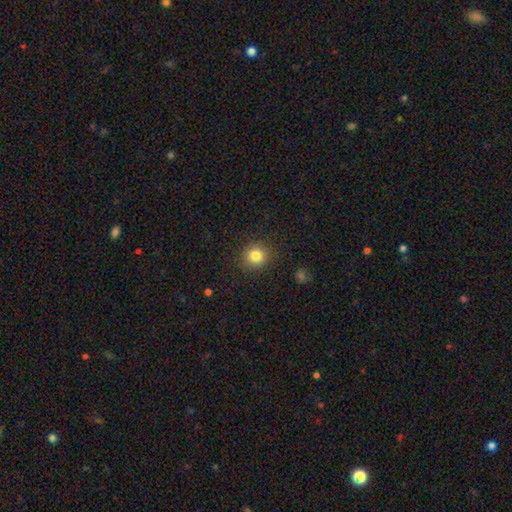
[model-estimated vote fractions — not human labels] The model was most divided on "smooth or featured": smooth: 82%, star or artifact: 12%, featured or disk: 7%. More confident: merging — none (90%); how rounded — round (89%).